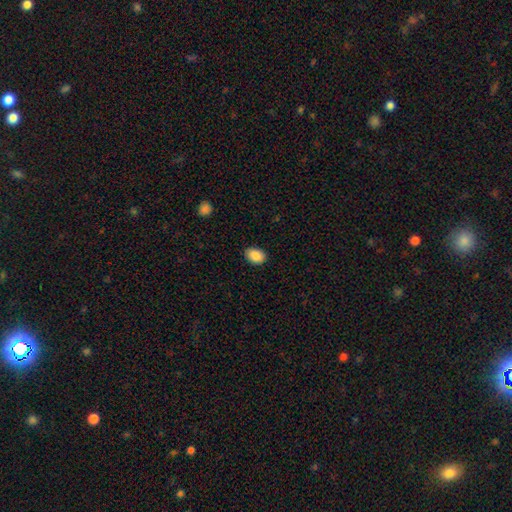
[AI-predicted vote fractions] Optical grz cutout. It shows a smooth galaxy with no disk features (88%) that is in between round and cigar-shaped (77%). Merging: none (88%).